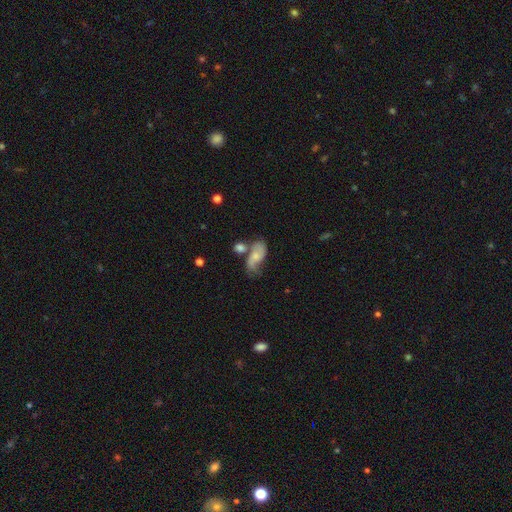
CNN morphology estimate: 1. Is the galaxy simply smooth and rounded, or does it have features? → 50% featured or disk, 41% smooth, 8% star or artifact.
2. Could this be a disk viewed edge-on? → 94% no, 6% yes.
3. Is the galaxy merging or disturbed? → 34% none, 28% merger, 23% minor disturbance, 15% major disturbance.